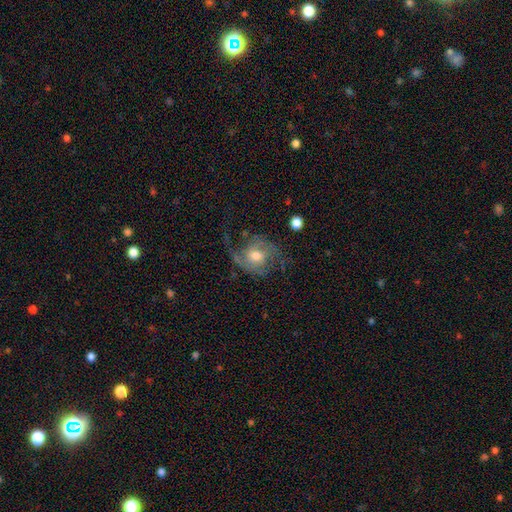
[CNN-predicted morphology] Smooth or featured? featured or disk (76%)
Edge-on disk? no (97%)
Bar? no (63%)
Spiral arms? yes (92%)
Spiral winding? loose (45%)
Spiral arm count? 2 (75%)
Bulge size? moderate (68%)
Merging? none (52%)